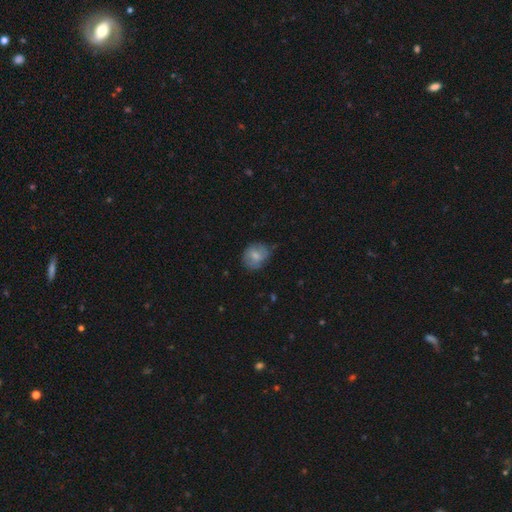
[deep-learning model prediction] Overall: smooth (66%). How rounded: round (61%; in between 38%). Merging: none (57%; minor disturbance 32%).